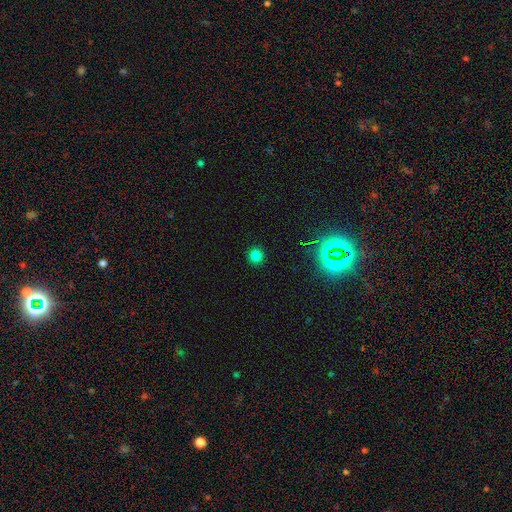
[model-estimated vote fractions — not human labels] Overall: smooth (77%). How rounded: round (92%). Merging: none (91%).